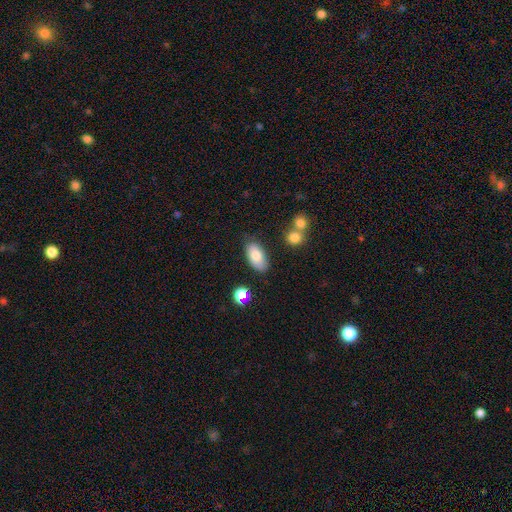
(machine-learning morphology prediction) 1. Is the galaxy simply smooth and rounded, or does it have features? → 78% smooth, 14% featured or disk, 8% star or artifact.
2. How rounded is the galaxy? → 93% in between, 4% cigar-shaped, 4% round.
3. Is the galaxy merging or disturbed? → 78% none, 14% minor disturbance, 5% merger, 3% major disturbance.